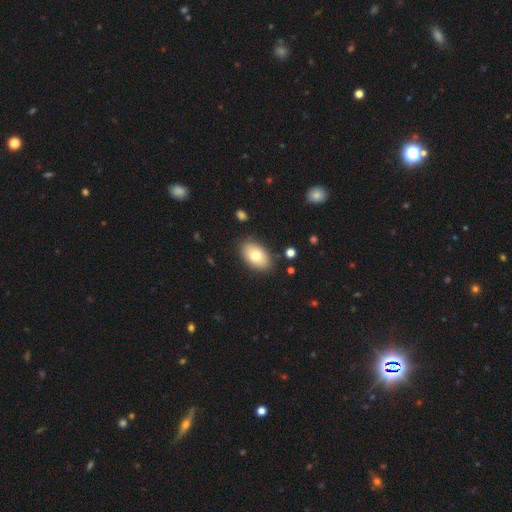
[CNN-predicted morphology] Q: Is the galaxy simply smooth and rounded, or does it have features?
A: smooth — 76%.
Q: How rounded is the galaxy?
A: in between — 90%.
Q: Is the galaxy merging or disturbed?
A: none — 85%.